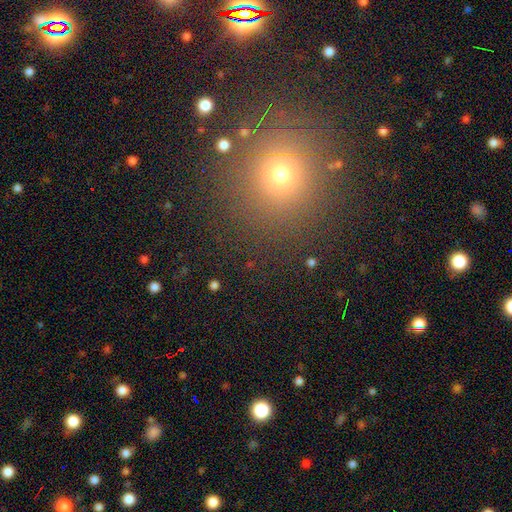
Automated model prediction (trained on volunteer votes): Overall: smooth (51%; star or artifact 40%). How rounded: round (93%). Merging: none (89%).